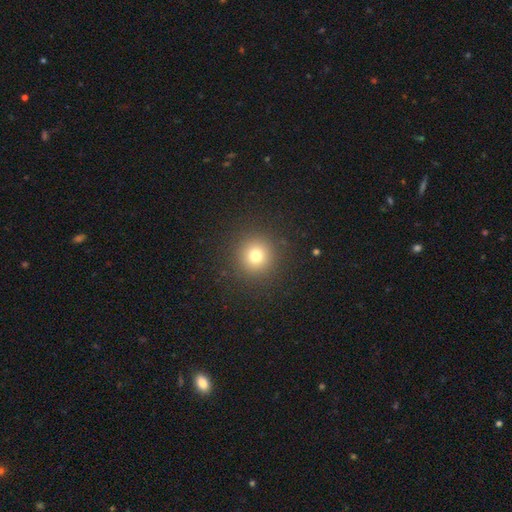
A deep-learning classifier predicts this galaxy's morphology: type=smooth (75%); roundness=round (94%); merging=none (90%).